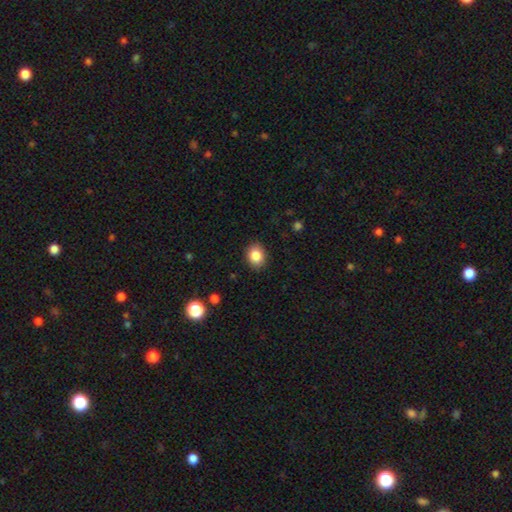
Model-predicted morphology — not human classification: smooth_or_featured: smooth (p=0.85) [alt: star or artifact p=0.09]
how_rounded: round (p=0.55) [alt: in between p=0.45]
merging: none (p=0.89) [alt: minor disturbance p=0.08]